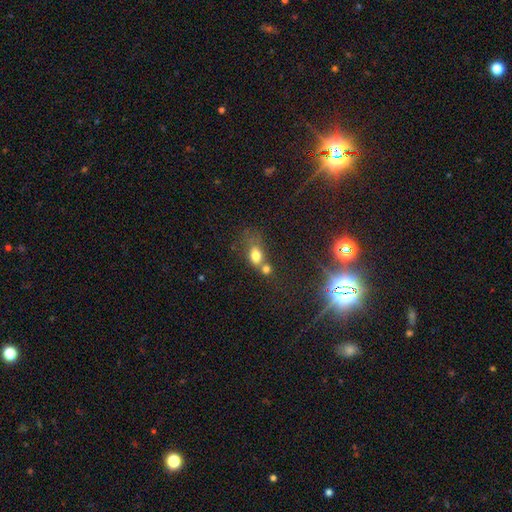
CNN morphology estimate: smooth 73%, star or artifact 14%, featured or disk 13%. Down the decision tree: how rounded — in between (66%); merging — merger (49%).